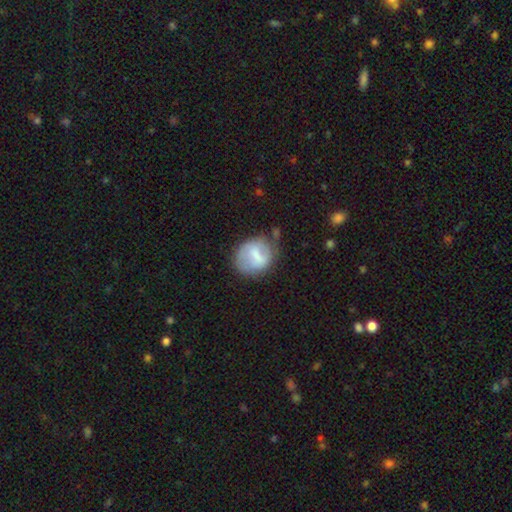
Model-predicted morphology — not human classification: smooth 52%, featured or disk 41%, star or artifact 7%. Down the decision tree: how rounded — round (65%); merging — none (56%).